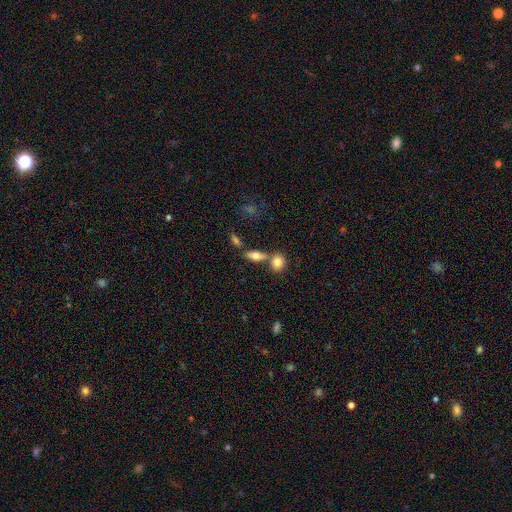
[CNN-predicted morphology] Q: Smooth or featured?
A: smooth (69%); runner-up: featured or disk (22%)
Q: How rounded?
A: in between (72%); runner-up: cigar-shaped (21%)
Q: Merging?
A: none (56%); runner-up: merger (29%)